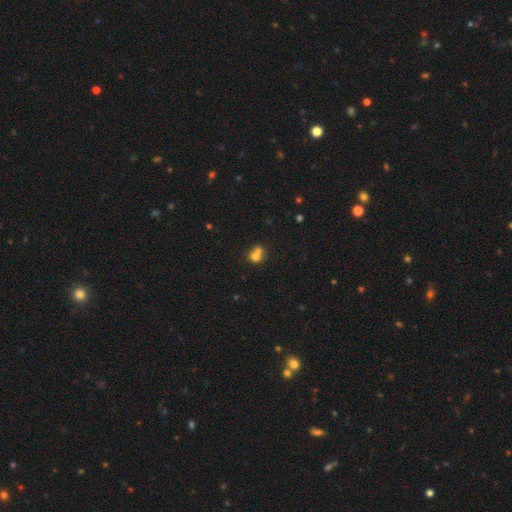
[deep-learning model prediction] A smooth galaxy with no disk features (69%) that is round (75%). Merging: merger (61%).